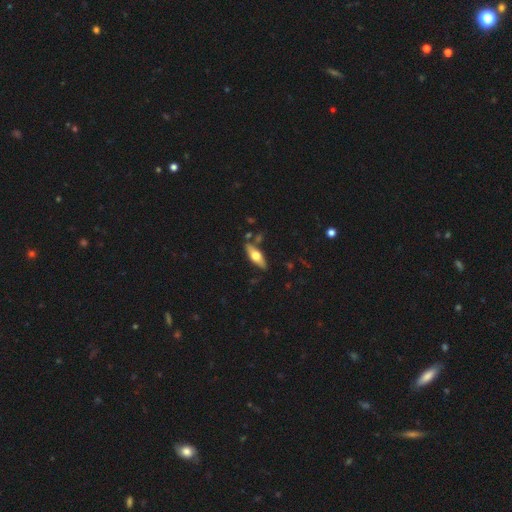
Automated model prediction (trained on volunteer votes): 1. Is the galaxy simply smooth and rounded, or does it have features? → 48% featured or disk, 46% smooth, 6% star or artifact.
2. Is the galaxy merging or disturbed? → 79% none, 13% minor disturbance, 5% merger, 3% major disturbance.